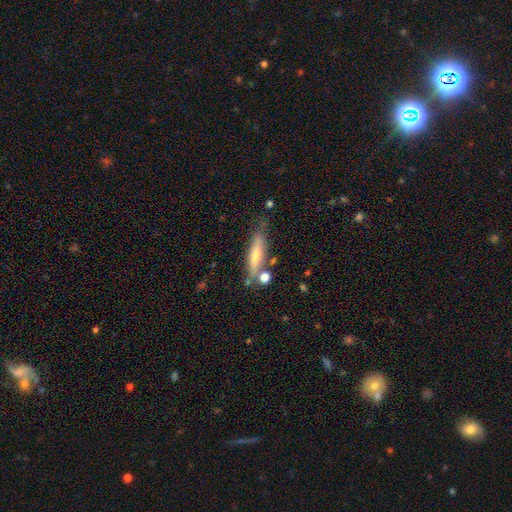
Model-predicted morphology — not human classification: smooth_or_featured: smooth (p=0.46) [tied with: featured or disk p=0.46]
merging: none (p=0.69) [alt: minor disturbance p=0.17]